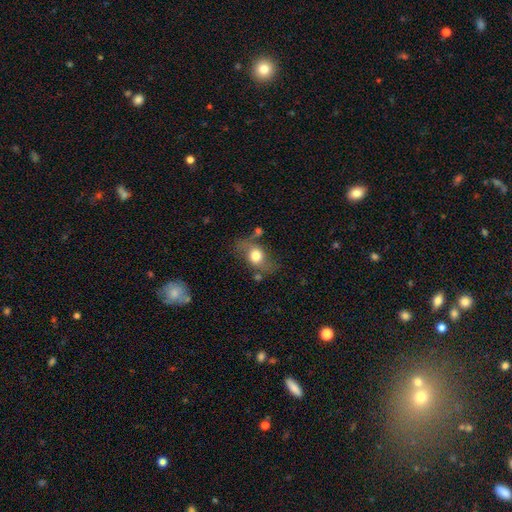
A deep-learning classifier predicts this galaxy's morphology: Smooth or featured: smooth — 64% (featured or disk — 28%)
How rounded: in between — 63% (round — 34%)
Merging: none — 60% (minor disturbance — 22%)